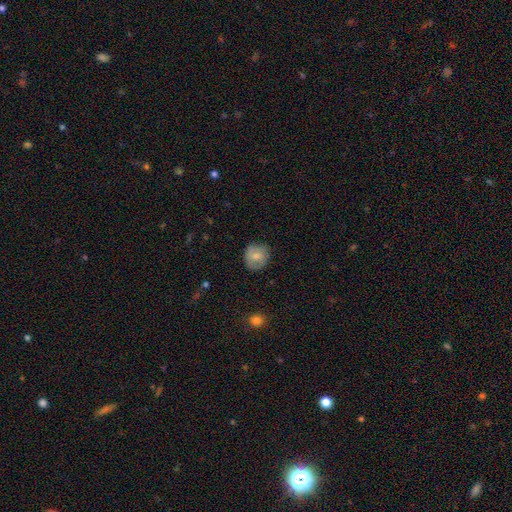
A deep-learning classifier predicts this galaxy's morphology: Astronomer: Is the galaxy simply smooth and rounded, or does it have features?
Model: smooth — 75%.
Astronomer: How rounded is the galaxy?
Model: round — 83%.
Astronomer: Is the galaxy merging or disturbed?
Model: none — 80%.